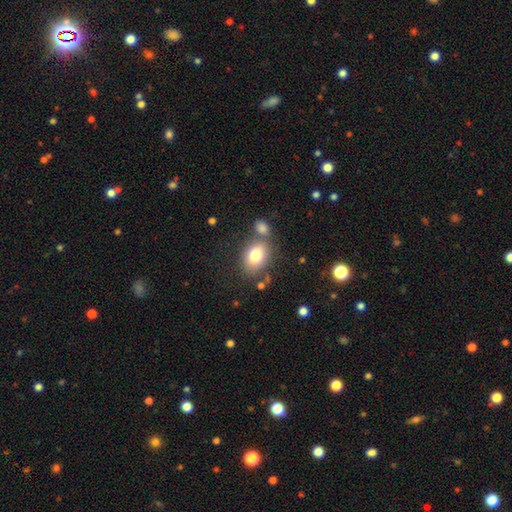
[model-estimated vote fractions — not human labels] smooth_or_featured: smooth (p=0.79) [alt: featured or disk p=0.12]
how_rounded: in between (p=0.72) [alt: round p=0.27]
merging: none (p=0.62) [alt: merger p=0.20]